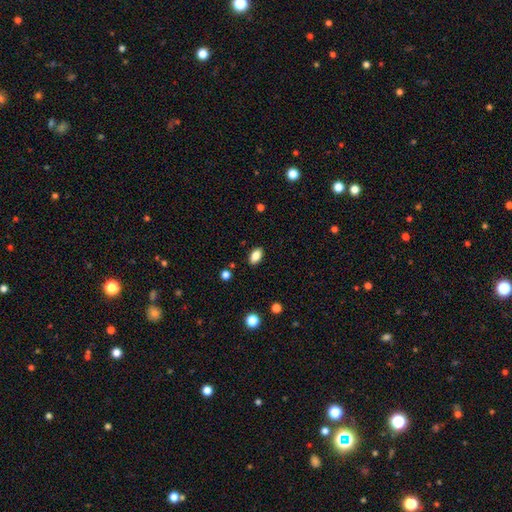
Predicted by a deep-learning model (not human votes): The model was most divided on "smooth or featured": smooth: 84%, star or artifact: 9%, featured or disk: 7%. More confident: how rounded — in between (91%); merging — none (88%).